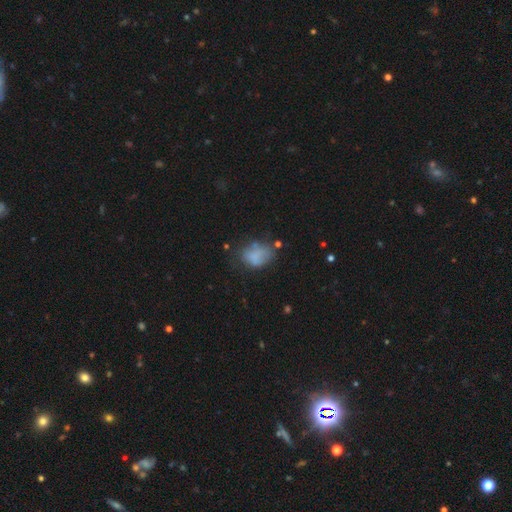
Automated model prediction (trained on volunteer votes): A smooth galaxy with no disk features (70%) that is in between round and cigar-shaped (74%). Merging: none (44%).